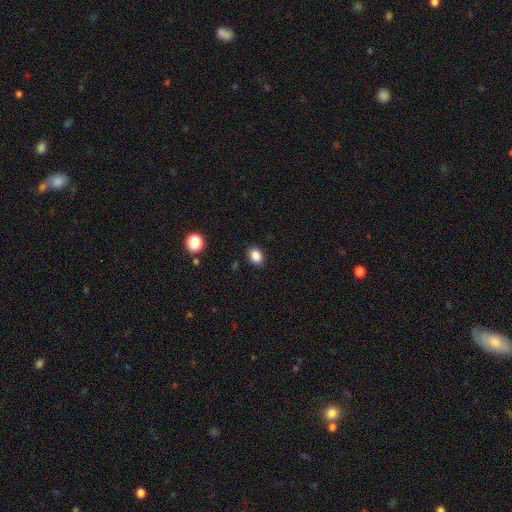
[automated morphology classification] This appears to be a smooth galaxy with no disk features (87%) that is in between round and cigar-shaped (70%). Merging: none (88%).